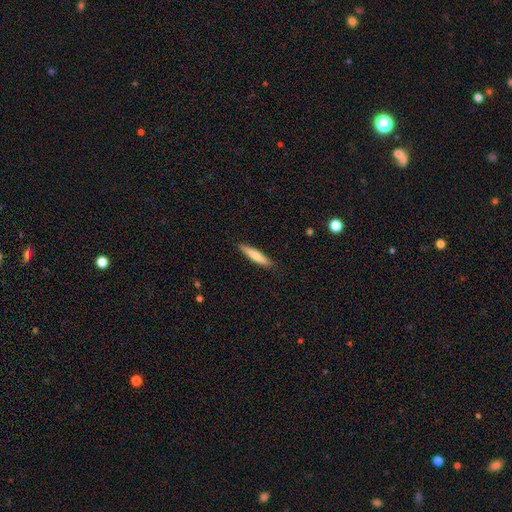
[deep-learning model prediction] This is likely a smooth galaxy (70%). How rounded: clearly cigar-shaped (87%). Merging: clearly none (89%).